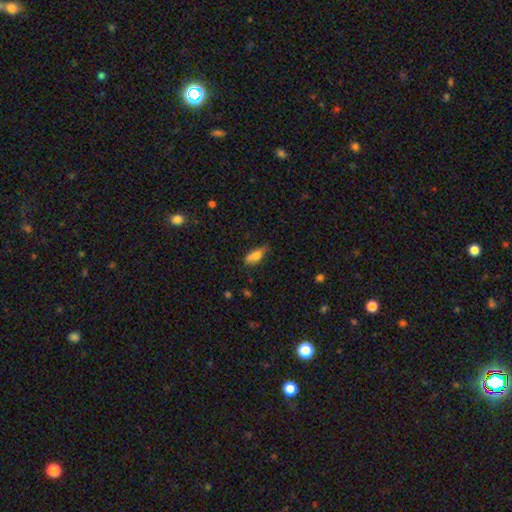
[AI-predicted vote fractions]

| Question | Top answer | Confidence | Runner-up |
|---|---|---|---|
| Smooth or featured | smooth | 73% | featured or disk (18%) |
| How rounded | in between | 76% | cigar-shaped (21%) |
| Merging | none | 51% | minor disturbance (34%) |